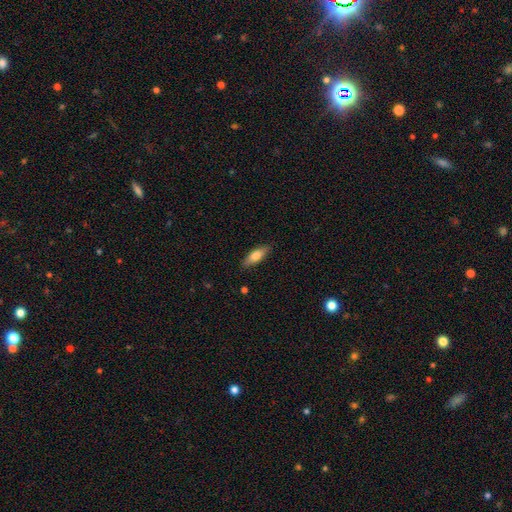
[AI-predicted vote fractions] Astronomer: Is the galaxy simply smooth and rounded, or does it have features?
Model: smooth — 71%.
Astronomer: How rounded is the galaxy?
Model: in between — 58% (runner-up: cigar-shaped, 40%).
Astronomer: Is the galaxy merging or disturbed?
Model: none — 87%.